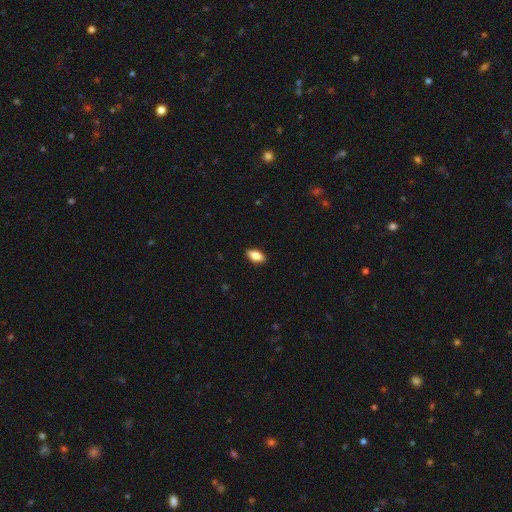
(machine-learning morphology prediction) smooth_or_featured: smooth (p=0.81) [alt: featured or disk p=0.12]
how_rounded: in between (p=0.89) [alt: cigar-shaped p=0.07]
merging: none (p=0.89) [alt: minor disturbance p=0.08]